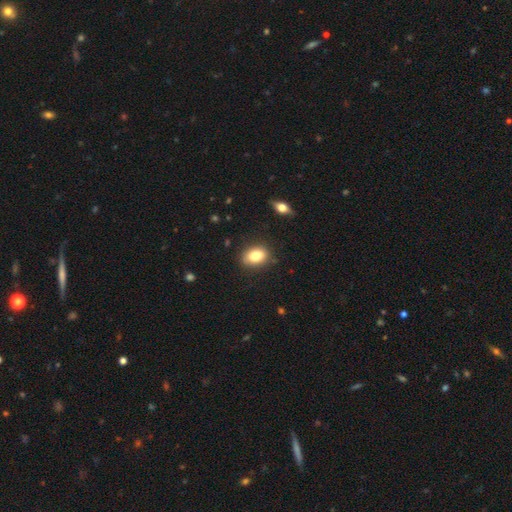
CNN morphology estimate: Smooth or featured?
  - smooth: 83% *
  - featured or disk: 9%
  - star or artifact: 8%
How rounded?
  - in between: 79% *
  - round: 20%
  - cigar-shaped: 1%
Merging?
  - none: 83% *
  - minor disturbance: 12%
  - major disturbance: 3%
  - merger: 2%